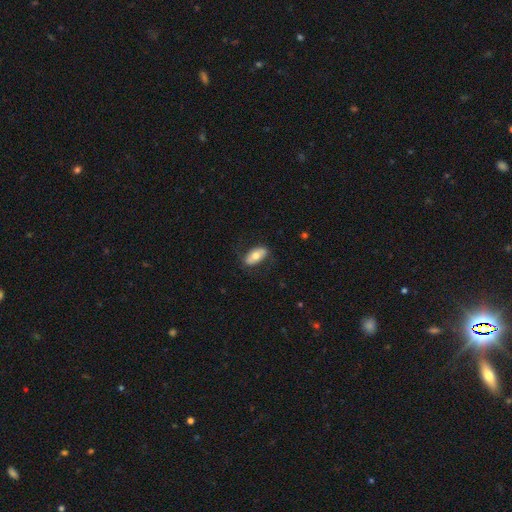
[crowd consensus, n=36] A smooth galaxy with no disk features (58%) that is in between round and cigar-shaped (95%).

Vote fractions:
- Smooth or featured? smooth: 58% / featured or disk: 39% / star or artifact: 3%
- How rounded? in between: 95% / cigar-shaped: 5% / round: 0%
- Merging? none: 83% / minor disturbance: 9% / major disturbance: 9% / merger: 0%